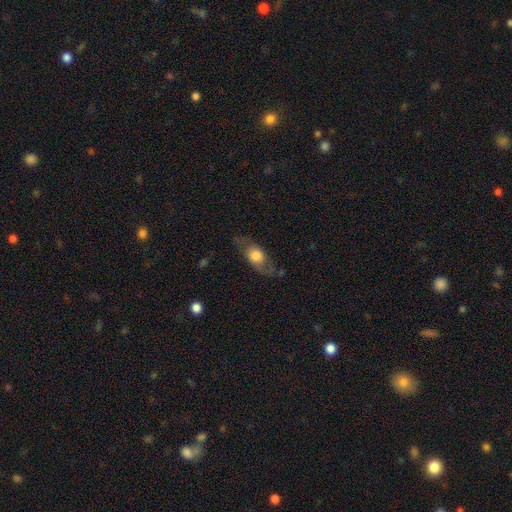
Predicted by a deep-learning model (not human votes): featured or disk 47% (tied), smooth 47% (tied), star or artifact 7%. Down the decision tree: merging — none (70%).